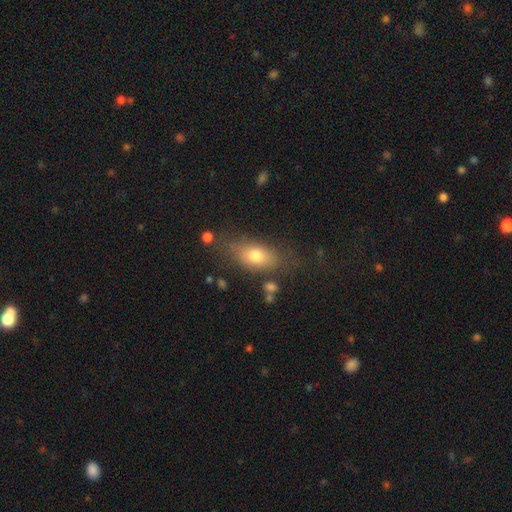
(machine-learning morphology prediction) A smooth galaxy with no disk features (71%) that is in between round and cigar-shaped (80%). Merging: none (66%).